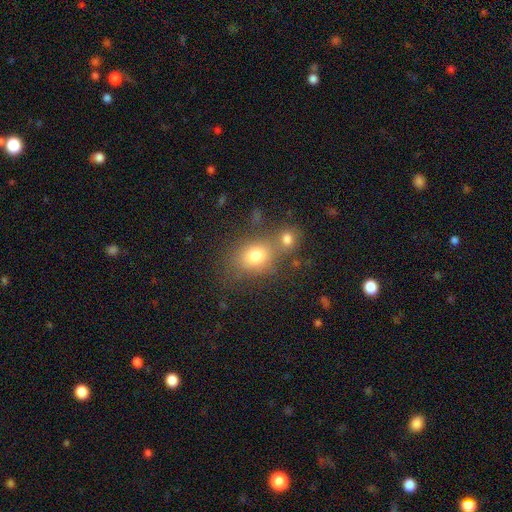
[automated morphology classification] smooth_or_featured: smooth (p=0.76) [alt: star or artifact p=0.12]
how_rounded: in between (p=0.51) [alt: round p=0.48]
merging: none (p=0.48) [alt: merger p=0.35]